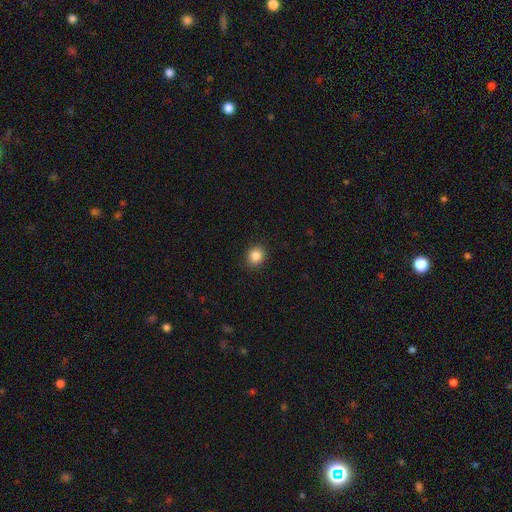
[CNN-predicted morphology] smooth-or-featured: smooth: 86% | star or artifact: 10% | featured or disk: 4%
  how-rounded: round: 77% | in between: 22% | cigar-shaped: 1%
  merging: none: 91% | minor disturbance: 6% | major disturbance: 2% | merger: 1%